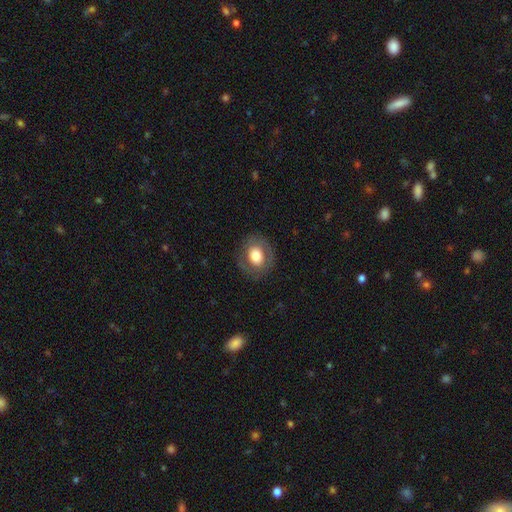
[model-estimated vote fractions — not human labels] Q: Smooth or featured?
A: smooth (63%); runner-up: featured or disk (29%)
Q: How rounded?
A: round (59%); runner-up: in between (40%)
Q: Merging?
A: none (81%); runner-up: minor disturbance (12%)